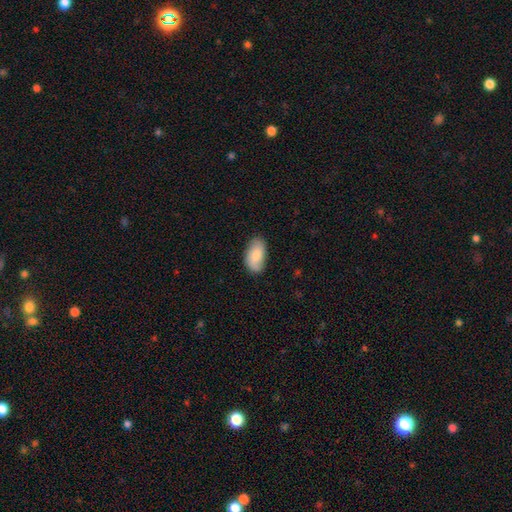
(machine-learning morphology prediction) smooth 76%, featured or disk 17%, star or artifact 6%. Down the decision tree: how rounded — in between (94%); merging — none (78%).